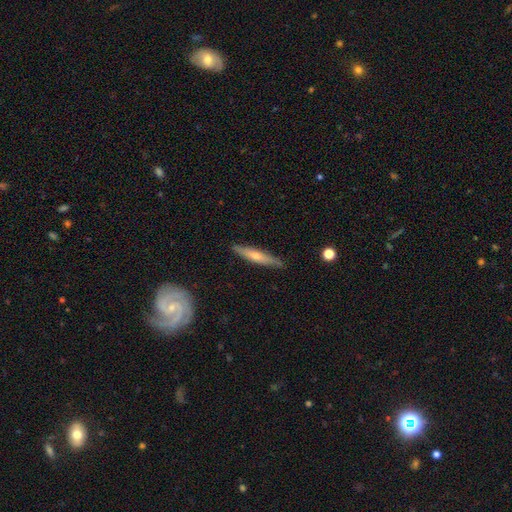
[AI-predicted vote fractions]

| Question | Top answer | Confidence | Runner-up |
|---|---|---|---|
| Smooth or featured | smooth | 50% | featured or disk (44%) |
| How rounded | cigar-shaped | 90% | in between (8%) |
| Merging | none | 85% | minor disturbance (11%) |